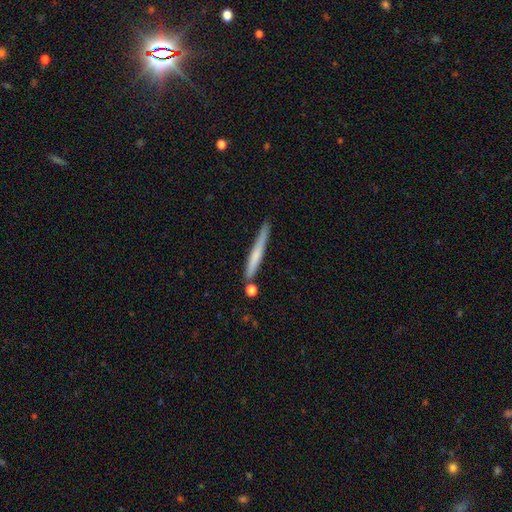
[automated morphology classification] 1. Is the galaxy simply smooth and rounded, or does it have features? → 56% smooth, 38% featured or disk, 6% star or artifact.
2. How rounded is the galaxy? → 96% cigar-shaped, 3% in between, 1% round.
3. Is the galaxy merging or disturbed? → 78% none, 13% minor disturbance, 6% merger, 3% major disturbance.